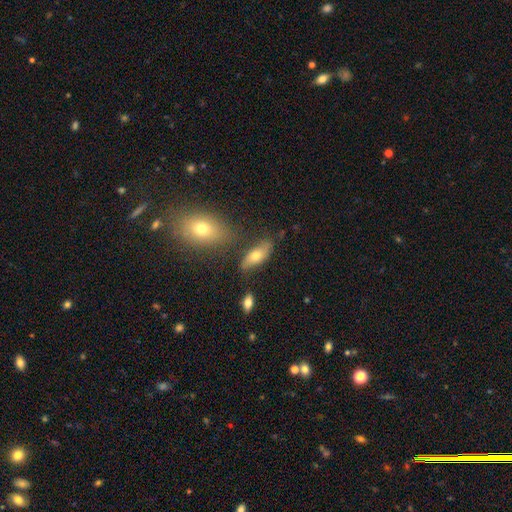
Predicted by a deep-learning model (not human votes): smooth 69%, featured or disk 22%, star or artifact 8%. Down the decision tree: how rounded — in between (80%); merging — none (69%).